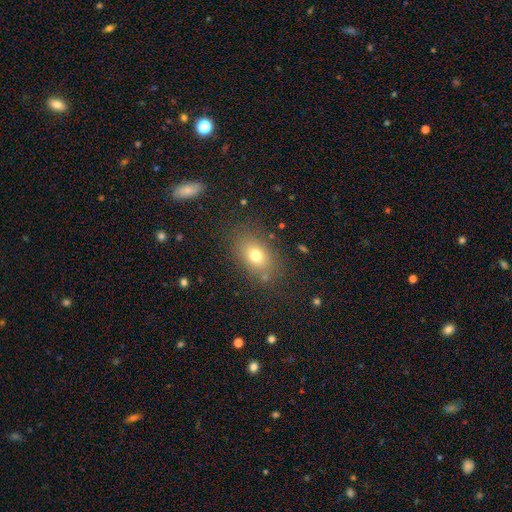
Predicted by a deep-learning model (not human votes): Smooth or featured: smooth — 73% (featured or disk — 14%)
How rounded: in between — 77% (round — 21%)
Merging: none — 80% (minor disturbance — 13%)